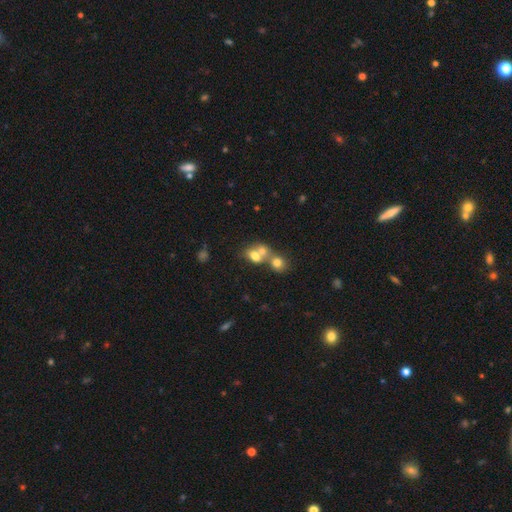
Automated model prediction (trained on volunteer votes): smooth_or_featured: smooth (p=0.68) [alt: featured or disk p=0.19]
how_rounded: in between (p=0.52) [alt: round p=0.46]
merging: merger (p=0.64) [alt: none p=0.25]